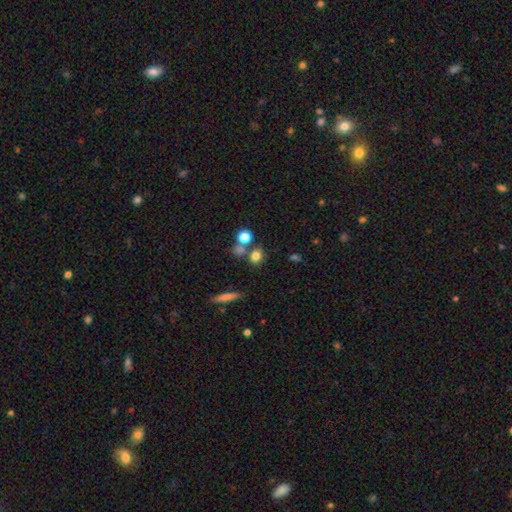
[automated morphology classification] Smooth or featured? Predicted: smooth (p=0.78). How rounded? Predicted: round (p=0.72). Merging? Predicted: none (p=0.63).